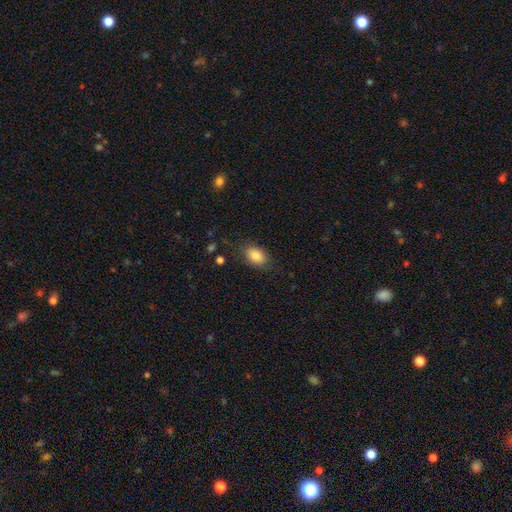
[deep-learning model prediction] Morphology: type=smooth (84%); roundness=in between (86%); merging=none (81%).